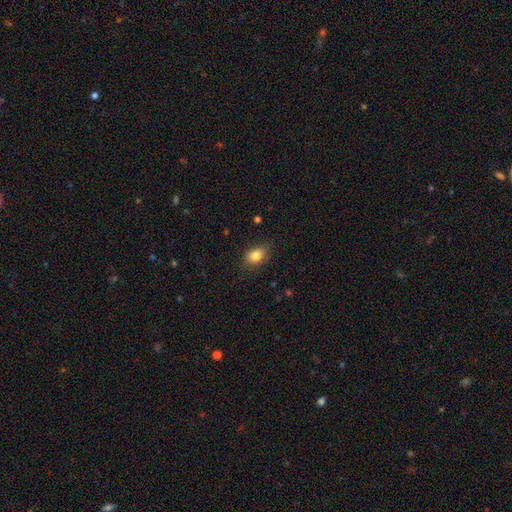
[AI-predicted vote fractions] smooth 83%, star or artifact 10%, featured or disk 8%. Down the decision tree: how rounded — in between (67%); merging — none (77%).